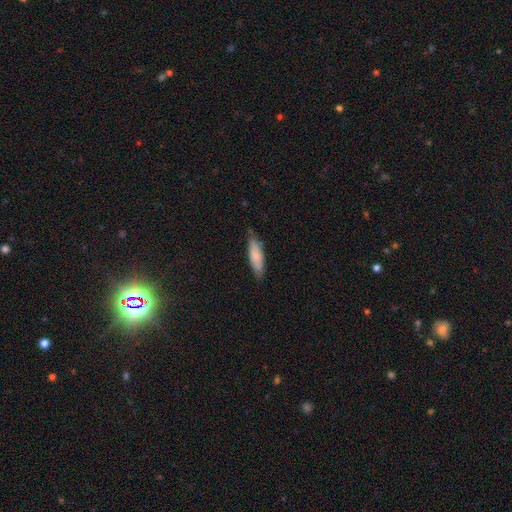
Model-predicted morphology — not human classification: Smooth or featured? Predicted: smooth (p=0.79). How rounded? Predicted: cigar-shaped (p=0.59). Merging? Predicted: none (p=0.75).